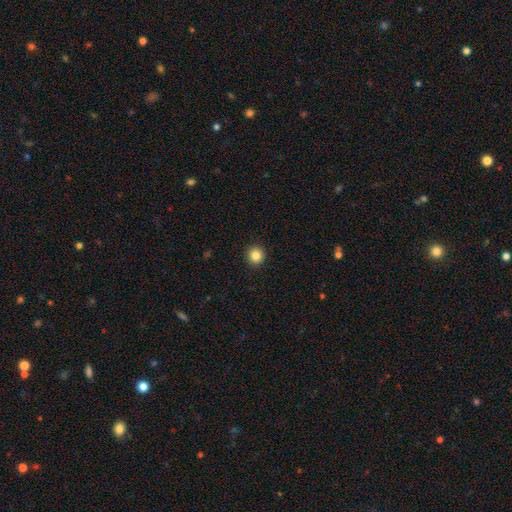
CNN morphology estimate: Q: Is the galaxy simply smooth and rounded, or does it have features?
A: smooth — 84%.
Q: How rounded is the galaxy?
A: round — 93%.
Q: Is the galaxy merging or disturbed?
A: none — 93%.